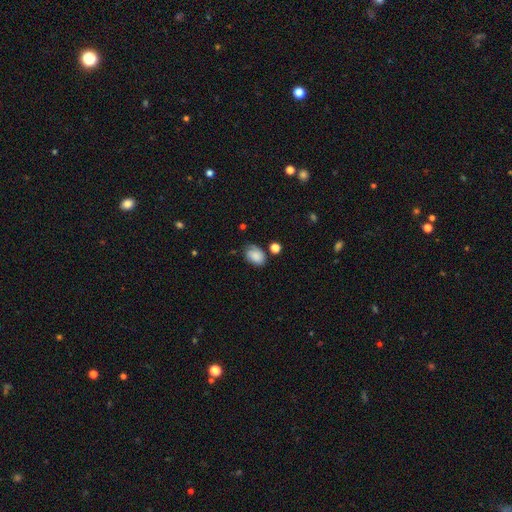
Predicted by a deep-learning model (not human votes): Smooth or featured?
  - smooth: 75% *
  - featured or disk: 16%
  - star or artifact: 9%
How rounded?
  - in between: 82% *
  - round: 17%
  - cigar-shaped: 1%
Merging?
  - none: 58% *
  - minor disturbance: 28%
  - major disturbance: 8%
  - merger: 5%